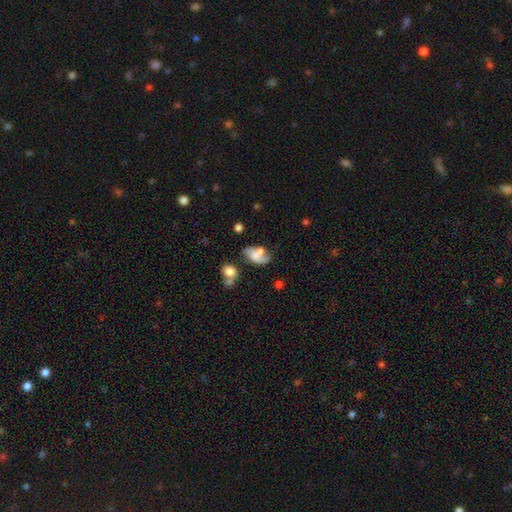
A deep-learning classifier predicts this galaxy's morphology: Q: Smooth or featured?
A: featured or disk (46%); runner-up: smooth (43%)
Q: Merging?
A: none (33%); runner-up: minor disturbance (24%)